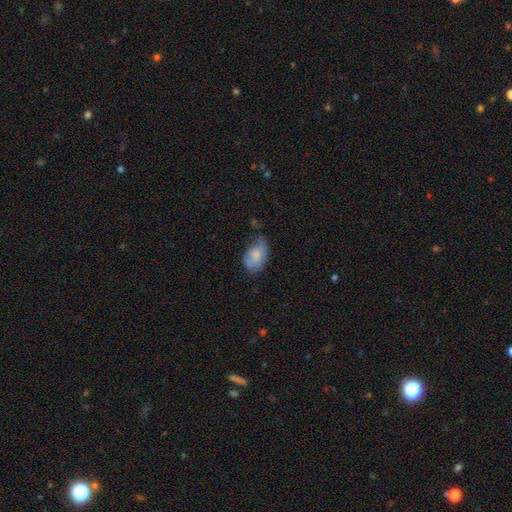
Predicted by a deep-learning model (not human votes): The model was most divided on "merging": none: 50%, minor disturbance: 37%, major disturbance: 10%, merger: 3%. More confident: how rounded — in between (90%); smooth or featured — smooth (81%).